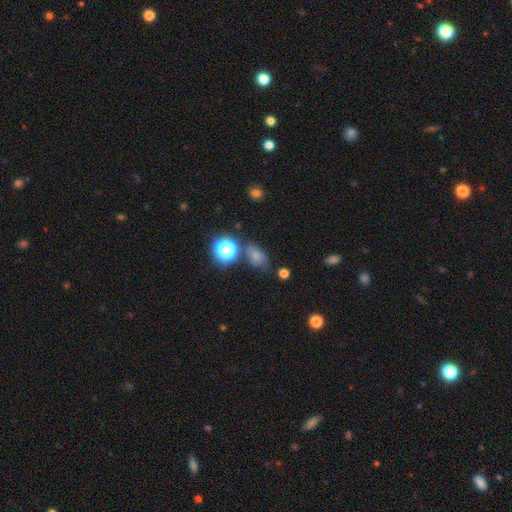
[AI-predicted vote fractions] Smooth or featured? Predicted: smooth (p=0.67). How rounded? Predicted: in between (p=0.73). Merging? Predicted: none (p=0.58).